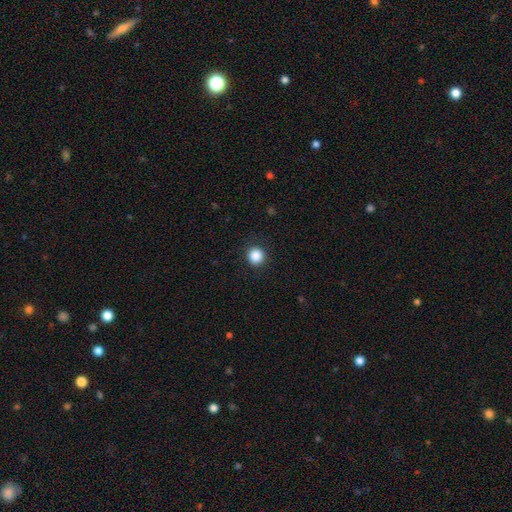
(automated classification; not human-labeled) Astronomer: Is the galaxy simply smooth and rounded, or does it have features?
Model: smooth — 87%.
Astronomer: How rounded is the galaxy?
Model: round — 92%.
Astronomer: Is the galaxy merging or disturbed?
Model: none — 89%.